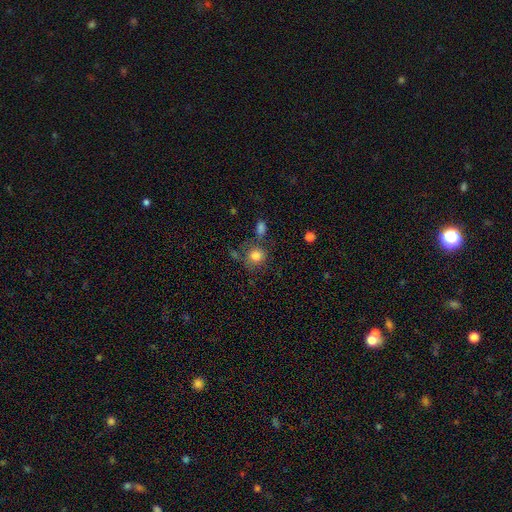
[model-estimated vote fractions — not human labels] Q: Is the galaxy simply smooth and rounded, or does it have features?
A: smooth — 82%.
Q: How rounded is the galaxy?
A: round — 85%.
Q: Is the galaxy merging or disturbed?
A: none — 64%.